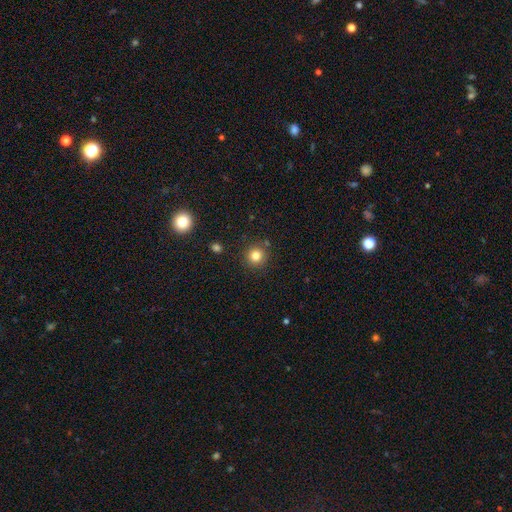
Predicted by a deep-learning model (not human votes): Q: Smooth or featured?
A: smooth (82%); runner-up: star or artifact (12%)
Q: How rounded?
A: round (93%); runner-up: in between (6%)
Q: Merging?
A: none (86%); runner-up: minor disturbance (7%)